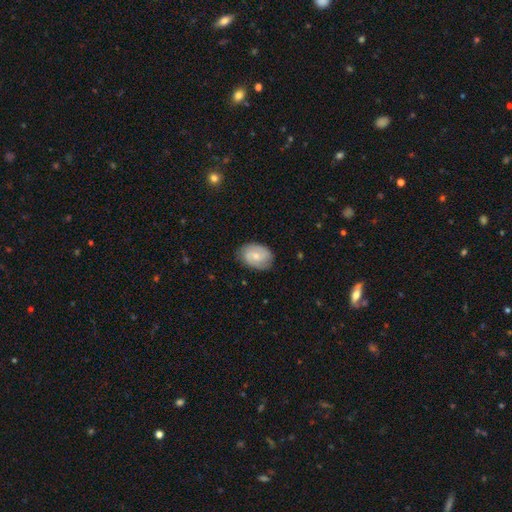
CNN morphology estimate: Smooth or featured? featured or disk (48%)
Merging? none (78%)